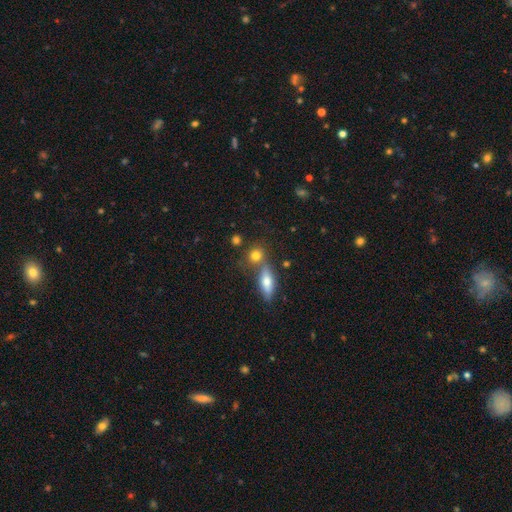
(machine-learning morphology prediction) Overall: smooth (77%). How rounded: round (71%). Merging: none (59%; merger 28%).